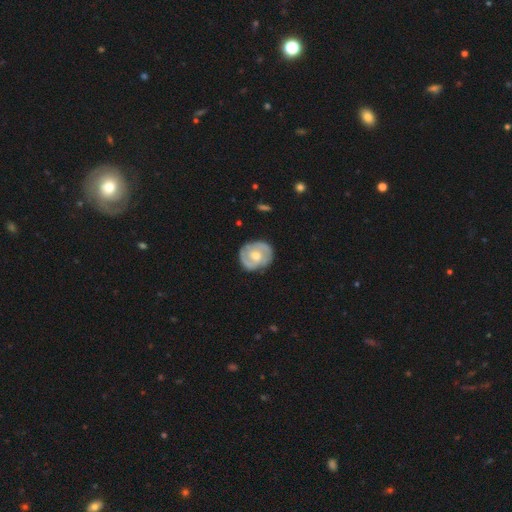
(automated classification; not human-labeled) Q: Smooth or featured?
A: featured or disk (75%); runner-up: smooth (20%)
Q: Edge-on disk?
A: no (97%); runner-up: yes (3%)
Q: Bar?
A: no (55%); runner-up: weak (38%)
Q: Spiral arms?
A: yes (87%); runner-up: no (13%)
Q: Spiral winding?
A: tight (54%); runner-up: medium (36%)
Q: Spiral arm count?
A: 2 (69%); runner-up: can't tell (16%)
Q: Bulge size?
A: moderate (68%); runner-up: small (21%)
Q: Merging?
A: none (80%); runner-up: minor disturbance (15%)